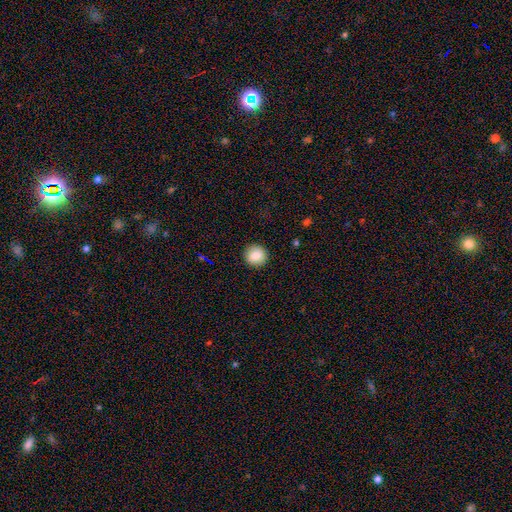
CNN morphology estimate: This is clearly a smooth galaxy (85%). How rounded: clearly round (93%). Merging: clearly none (92%).